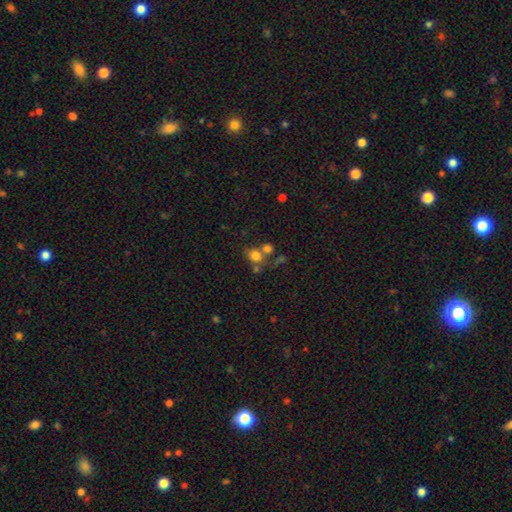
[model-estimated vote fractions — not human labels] Overall: smooth (75%). How rounded: round (61%; in between 38%). Merging: none (47%; merger 35%).